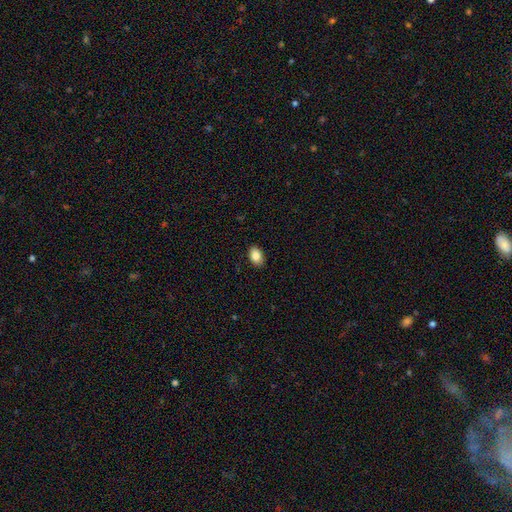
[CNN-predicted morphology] smooth-or-featured: smooth: 87% | star or artifact: 8% | featured or disk: 5%
  how-rounded: in between: 88% | round: 11% | cigar-shaped: 1%
  merging: none: 87% | minor disturbance: 10% | major disturbance: 2% | merger: 1%